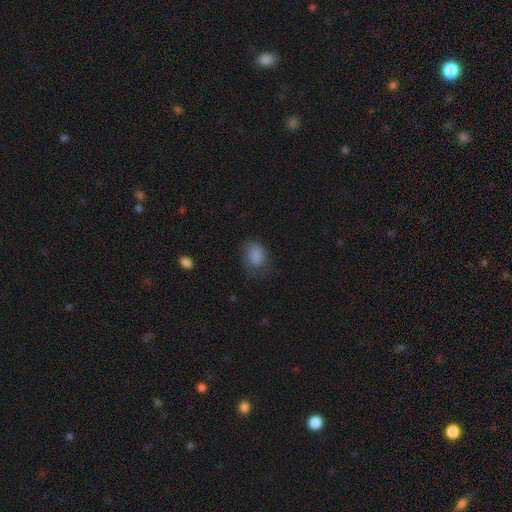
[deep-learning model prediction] A smooth galaxy with no disk features (82%) that is in between round and cigar-shaped (67%). Merging: none (57%).